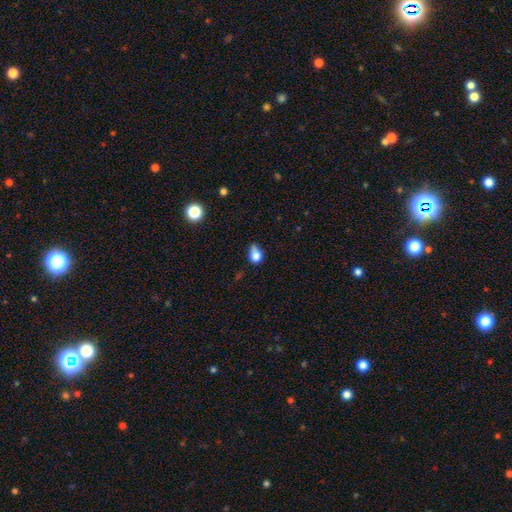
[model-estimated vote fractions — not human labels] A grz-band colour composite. It shows a smooth galaxy with no disk features (77%) that is in between round and cigar-shaped (56%). Merging: minor disturbance (43%).